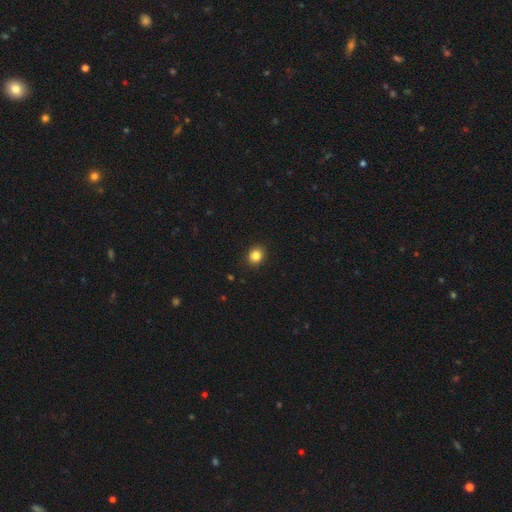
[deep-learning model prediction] Q: Smooth or featured?
A: smooth (85%); runner-up: star or artifact (11%)
Q: How rounded?
A: round (72%); runner-up: in between (27%)
Q: Merging?
A: none (91%); runner-up: minor disturbance (6%)